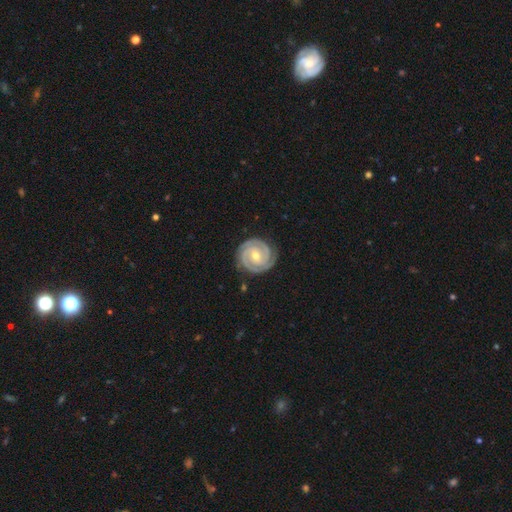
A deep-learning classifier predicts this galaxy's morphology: smooth-or-featured: featured or disk: 93% | star or artifact: 4% | smooth: 4%
  disk-edge-on: no: 98% | yes: 2%
    bar: no: 44% | weak: 35% | strong: 21%
    has-spiral-arms: yes: 99% | no: 1%
      spiral-winding: tight: 87% | medium: 12% | loose: 2%
      spiral-arm-count: 2: 71% | 3: 18% | can't tell: 4% | 4: 3% | 1: 2% | more than 4: 2%
    bulge-size: moderate: 53% | small: 44% | large: 1% | none: 1% | dominant: 1%
  merging: none: 86% | minor disturbance: 11% | major disturbance: 2% | merger: 1%